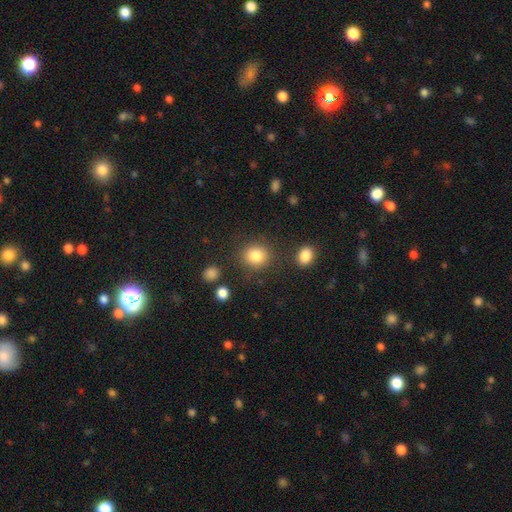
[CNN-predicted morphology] smooth 84%, star or artifact 10%, featured or disk 6%. Down the decision tree: how rounded — round (82%); merging — none (83%).